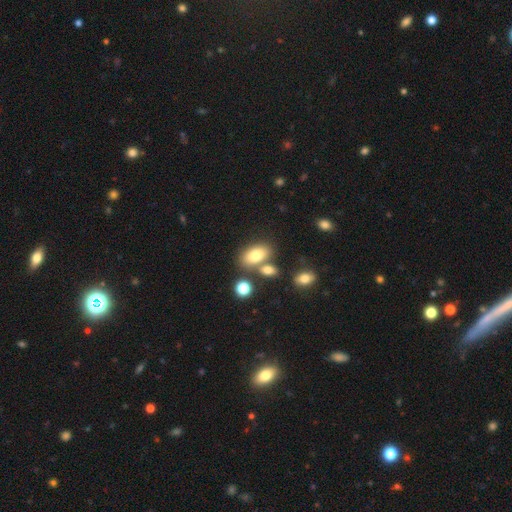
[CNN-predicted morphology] A smooth galaxy with no disk features (77%) that is in between round and cigar-shaped (89%).

Vote fractions:
- Smooth or featured? smooth: 77% / featured or disk: 14% / star or artifact: 9%
- How rounded? in between: 89% / round: 8% / cigar-shaped: 3%
- Merging? none: 60% / merger: 24% / minor disturbance: 12% / major disturbance: 4%